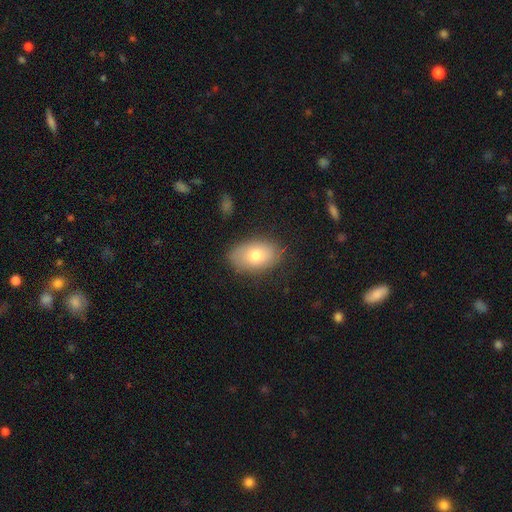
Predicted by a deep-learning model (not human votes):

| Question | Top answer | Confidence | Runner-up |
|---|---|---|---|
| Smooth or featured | smooth | 76% | featured or disk (17%) |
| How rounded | in between | 90% | round (9%) |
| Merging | none | 82% | minor disturbance (14%) |